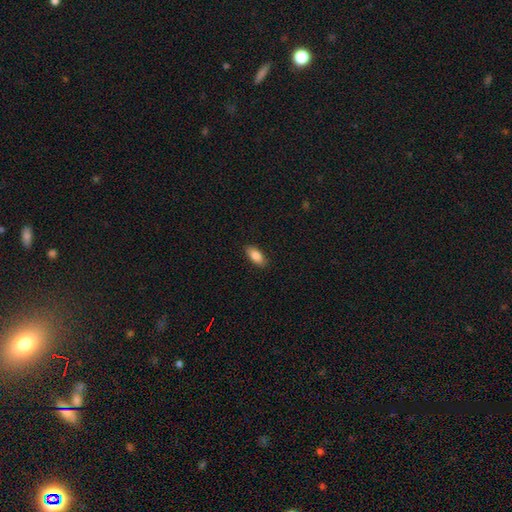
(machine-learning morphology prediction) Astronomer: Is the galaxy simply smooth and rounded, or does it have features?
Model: smooth — 86%.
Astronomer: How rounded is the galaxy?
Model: in between — 88%.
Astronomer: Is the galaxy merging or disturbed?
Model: none — 89%.